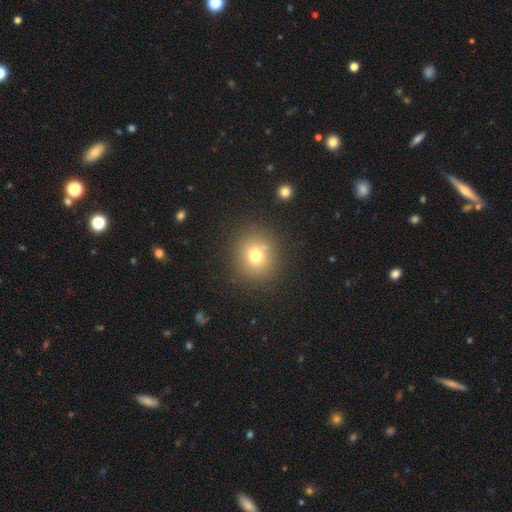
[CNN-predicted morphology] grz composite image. It shows a smooth galaxy with no disk features (72%) that is round (85%). Merging: none (81%).